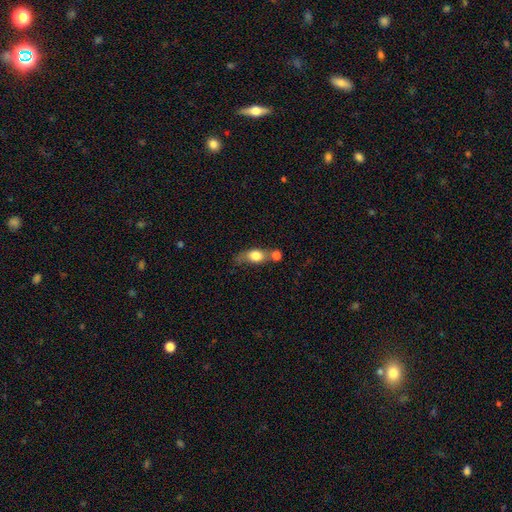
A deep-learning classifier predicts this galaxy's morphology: smooth 73%, featured or disk 19%, star or artifact 8%. Down the decision tree: how rounded — in between (62%); merging — merger (36%).